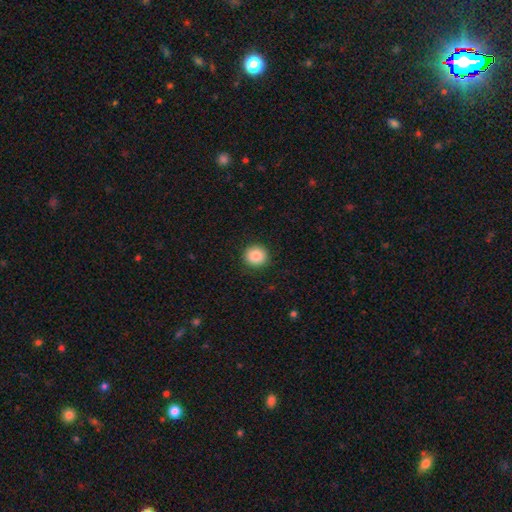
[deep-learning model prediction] Overall: smooth (88%). How rounded: round (92%). Merging: none (91%).